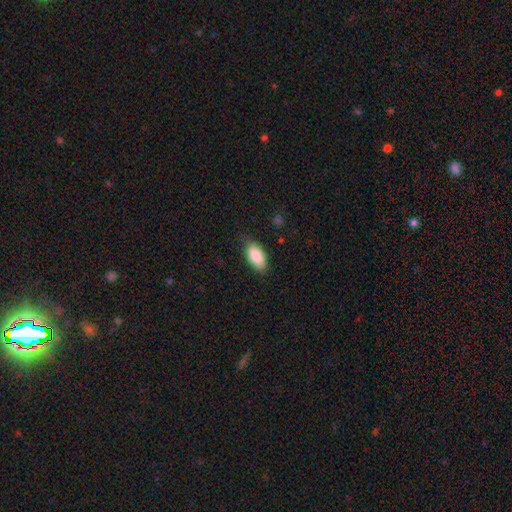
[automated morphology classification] The model was most divided on "merging": none: 76%, minor disturbance: 20%, major disturbance: 3%, merger: 1%. More confident: how rounded — in between (94%); smooth or featured — smooth (87%).